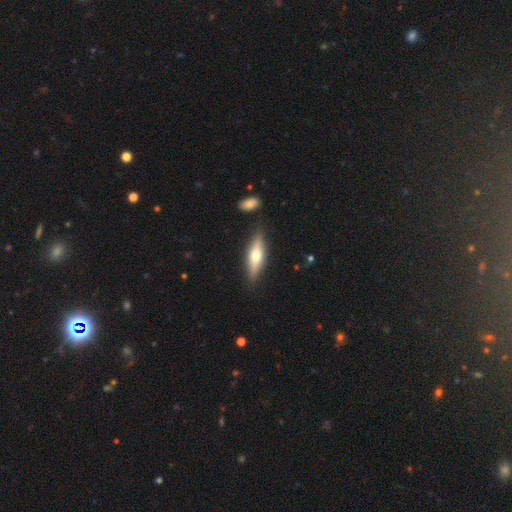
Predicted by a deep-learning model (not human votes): Q: Smooth or featured?
A: smooth (51%); runner-up: featured or disk (43%)
Q: How rounded?
A: cigar-shaped (60%); runner-up: in between (38%)
Q: Merging?
A: none (83%); runner-up: minor disturbance (11%)